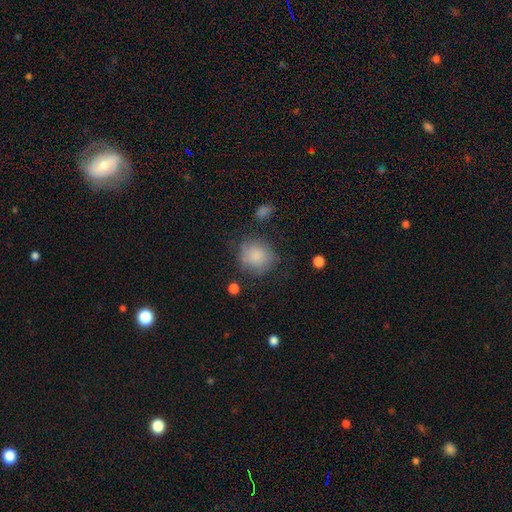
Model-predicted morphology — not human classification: The model was most divided on "merging": none: 66%, minor disturbance: 21%, major disturbance: 9%, merger: 4%. More confident: smooth or featured — smooth (83%); how rounded — round (83%).